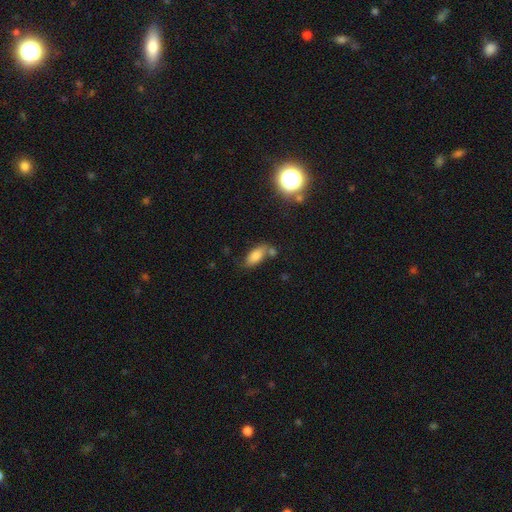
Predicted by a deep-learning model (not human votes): Morphology: type=smooth (79%); roundness=in between (86%); merging=none (53%).